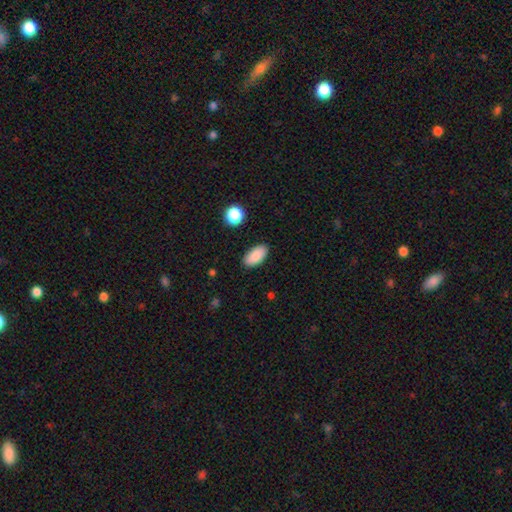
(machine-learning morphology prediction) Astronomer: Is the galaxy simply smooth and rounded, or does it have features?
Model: smooth — 88%.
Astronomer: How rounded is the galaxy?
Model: in between — 93%.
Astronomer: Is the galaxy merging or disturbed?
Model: none — 87%.